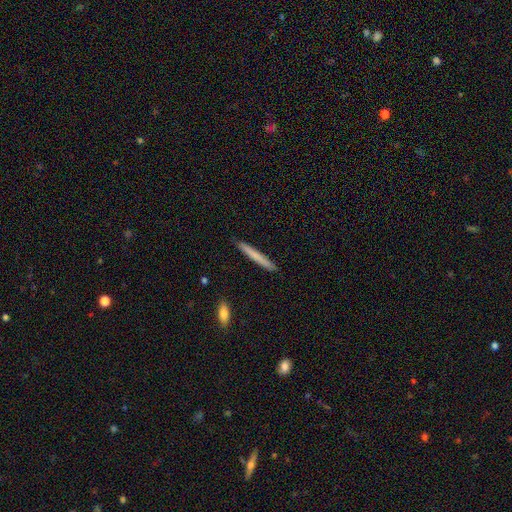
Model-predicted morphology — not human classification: smooth-or-featured: smooth: 70% | featured or disk: 24% | star or artifact: 6%
  how-rounded: cigar-shaped: 97% | in between: 2% | round: 1%
  merging: none: 92% | minor disturbance: 6% | merger: 1% | major disturbance: 1%